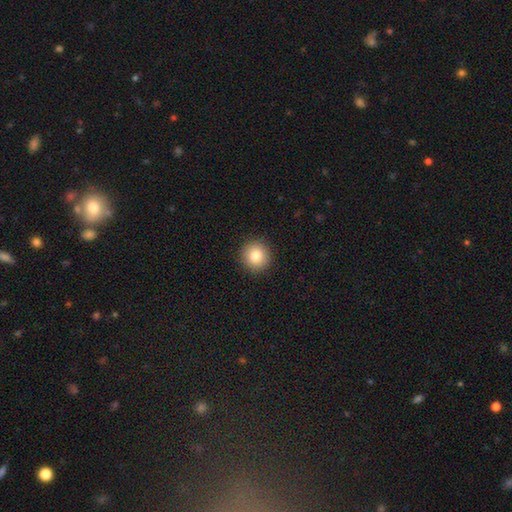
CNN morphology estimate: A smooth galaxy with no disk features (83%) that is round (93%). Merging: none (92%).